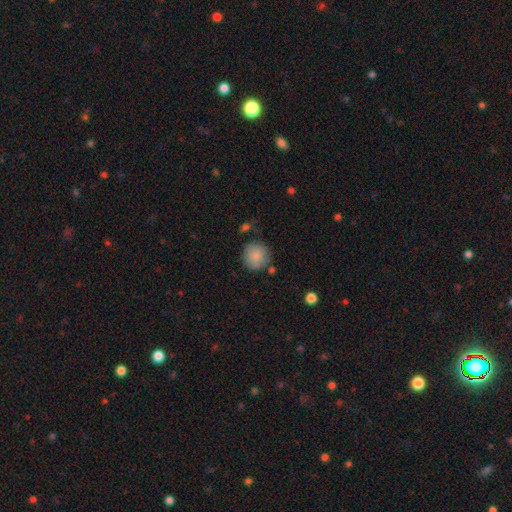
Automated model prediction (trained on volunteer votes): This is clearly a smooth galaxy (86%). How rounded: clearly round (93%). Merging: likely none (80%).